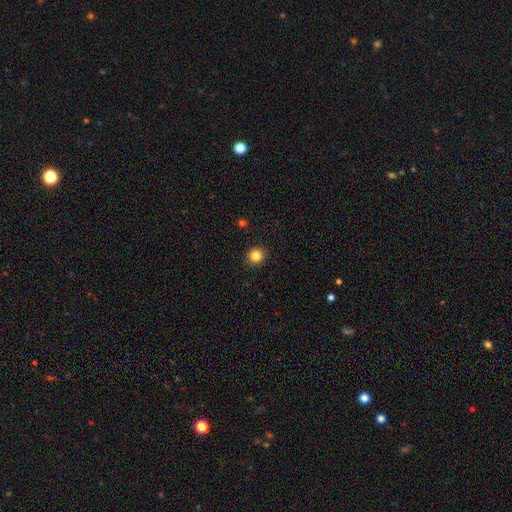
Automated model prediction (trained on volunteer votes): The model was most divided on "smooth or featured": smooth: 84%, star or artifact: 11%, featured or disk: 4%. More confident: merging — none (92%); how rounded — round (91%).